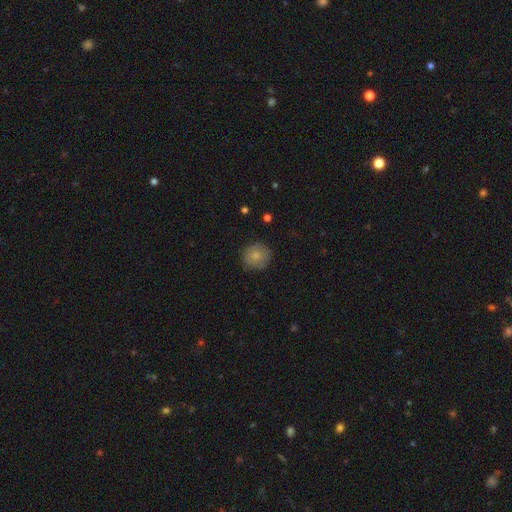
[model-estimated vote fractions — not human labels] Q: Smooth or featured?
A: smooth (81%); runner-up: featured or disk (11%)
Q: How rounded?
A: round (91%); runner-up: in between (8%)
Q: Merging?
A: none (81%); runner-up: minor disturbance (15%)